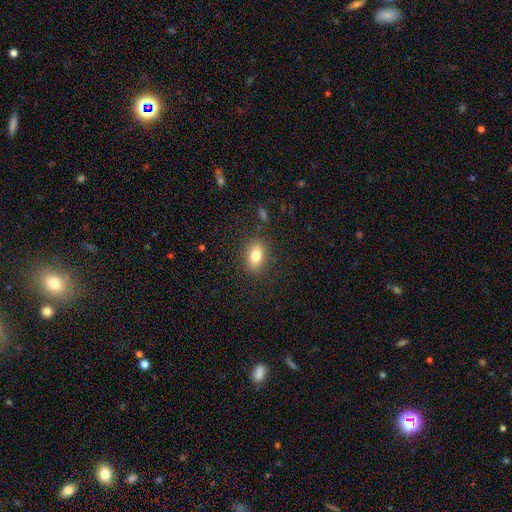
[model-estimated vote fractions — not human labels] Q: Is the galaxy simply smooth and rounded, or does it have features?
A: smooth — 78%.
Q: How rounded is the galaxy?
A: in between — 77%.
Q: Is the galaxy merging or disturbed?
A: none — 85%.